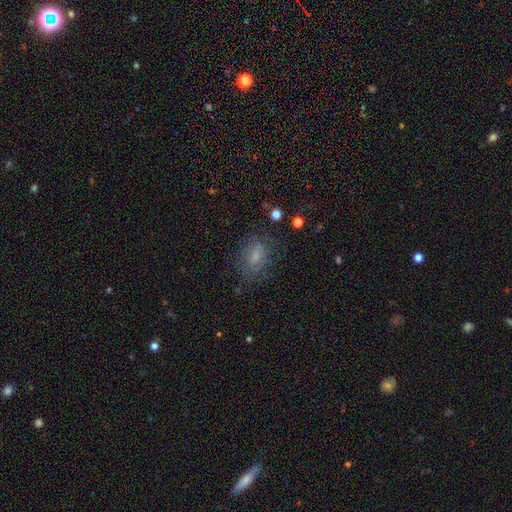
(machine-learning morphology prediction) smooth_or_featured: smooth (p=0.65) [alt: featured or disk p=0.21]
how_rounded: in between (p=0.71) [alt: round p=0.27]
merging: none (p=0.68) [alt: minor disturbance p=0.19]